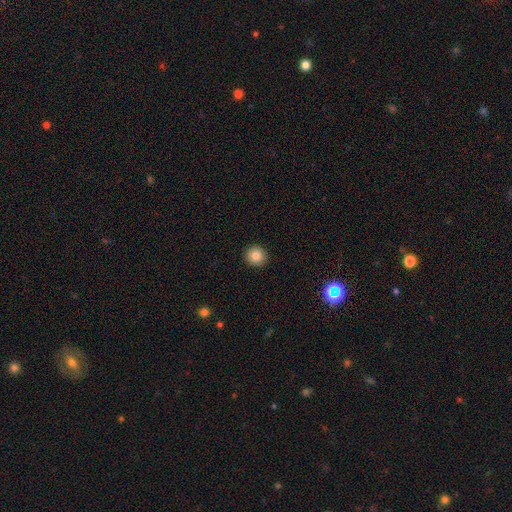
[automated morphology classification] smooth 84%, star or artifact 10%, featured or disk 6%. Down the decision tree: how rounded — round (93%); merging — none (92%).